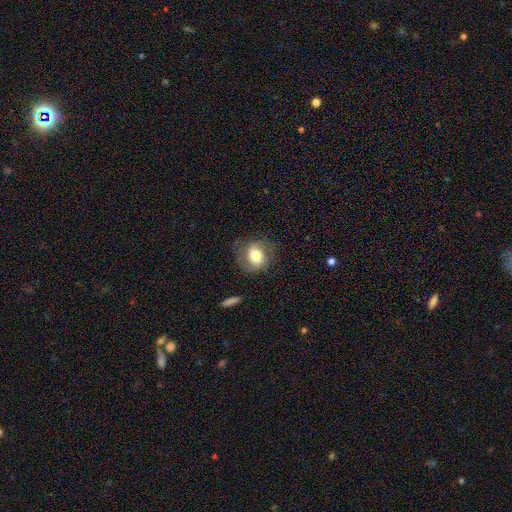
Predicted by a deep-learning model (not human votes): This is possibly a smooth galaxy (53%). How rounded: likely round (62%). Merging: likely none (71%).